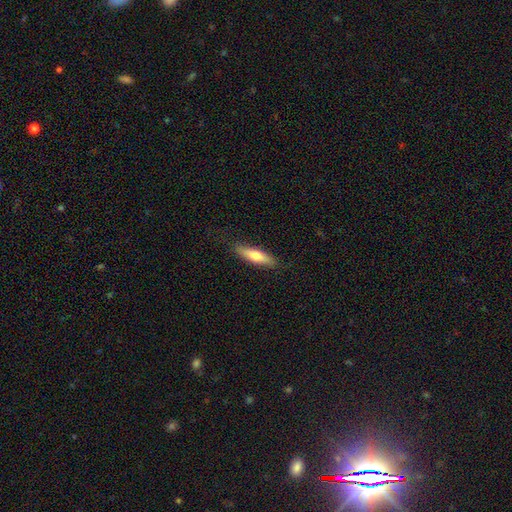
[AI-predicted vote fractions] smooth-or-featured: smooth: 66% | featured or disk: 28% | star or artifact: 5%
  how-rounded: cigar-shaped: 65% | in between: 33% | round: 2%
  merging: none: 85% | minor disturbance: 11% | major disturbance: 2% | merger: 1%